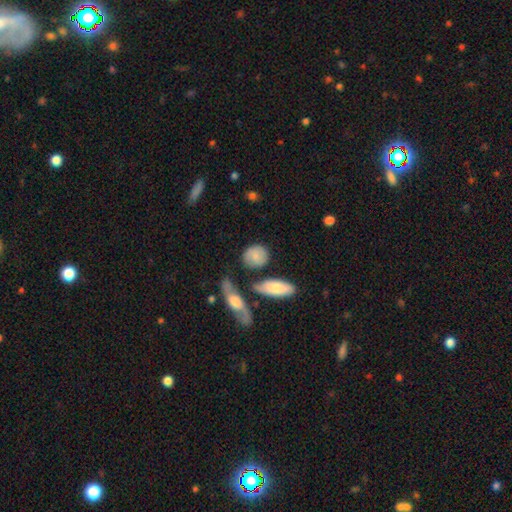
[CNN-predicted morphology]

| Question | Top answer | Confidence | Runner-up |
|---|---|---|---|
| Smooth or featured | smooth | 77% | featured or disk (17%) |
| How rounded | round | 60% | in between (36%) |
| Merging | none | 69% | minor disturbance (16%) |